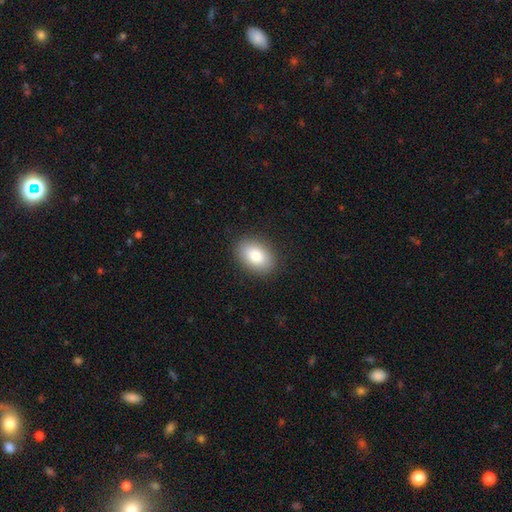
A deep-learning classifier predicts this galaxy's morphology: smooth-or-featured: smooth: 82% | featured or disk: 10% | star or artifact: 8%
  how-rounded: in between: 83% | round: 16% | cigar-shaped: 1%
  merging: none: 88% | minor disturbance: 9% | major disturbance: 3% | merger: 1%